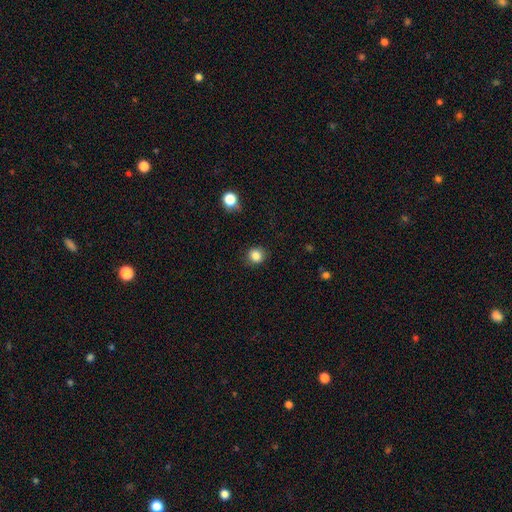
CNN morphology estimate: Q: Smooth or featured?
A: smooth (85%); runner-up: star or artifact (11%)
Q: How rounded?
A: round (85%); runner-up: in between (14%)
Q: Merging?
A: none (87%); runner-up: minor disturbance (9%)